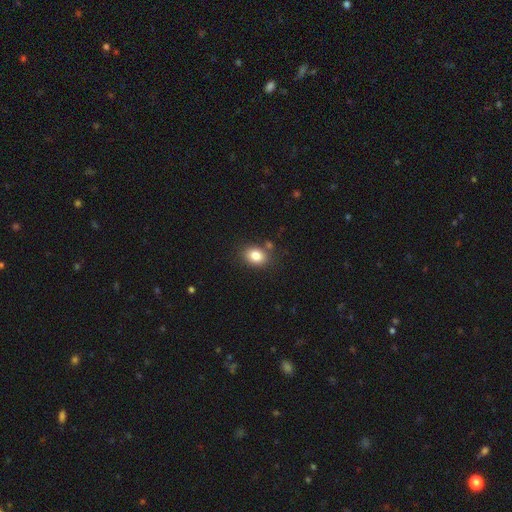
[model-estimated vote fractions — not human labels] Q: Smooth or featured?
A: smooth (83%); runner-up: star or artifact (10%)
Q: How rounded?
A: in between (65%); runner-up: round (34%)
Q: Merging?
A: none (78%); runner-up: minor disturbance (12%)